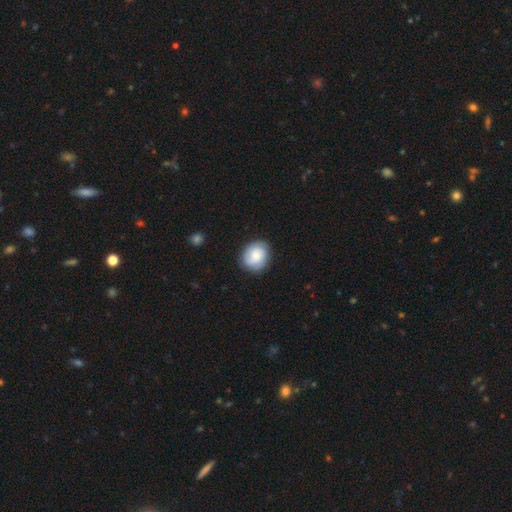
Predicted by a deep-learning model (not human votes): Morphology: type=smooth (54%); roundness=round (66%); merging=none (82%).